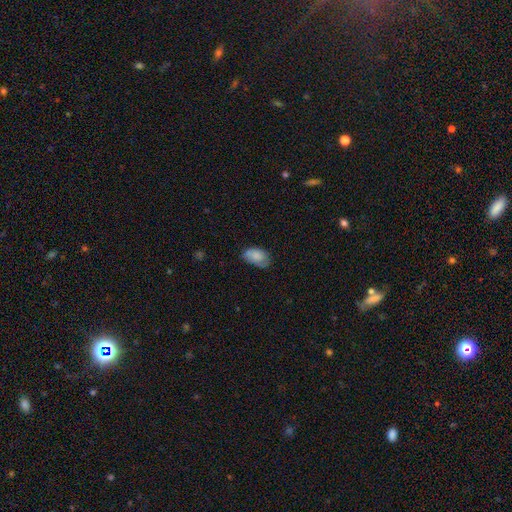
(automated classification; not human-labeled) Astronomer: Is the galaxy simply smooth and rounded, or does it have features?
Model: smooth — 76%.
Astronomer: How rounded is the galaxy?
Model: in between — 92%.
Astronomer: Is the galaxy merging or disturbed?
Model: none — 58%.